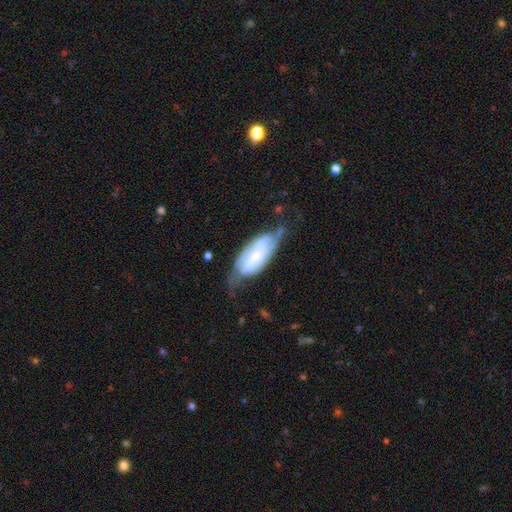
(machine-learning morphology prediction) smooth_or_featured: featured or disk (p=0.75) [alt: smooth p=0.19]
disk_edge_on: no (p=0.91) [alt: yes p=0.09]
bar: strong (p=0.37) [alt: weak p=0.34]
has_spiral_arms: yes (p=0.88) [alt: no p=0.12]
spiral_winding: medium (p=0.43) [alt: tight p=0.34]
spiral_arm_count: 2 (p=0.78) [alt: can't tell p=0.14]
bulge_size: small (p=0.59) [alt: moderate p=0.29]
merging: none (p=0.54) [alt: minor disturbance p=0.26]